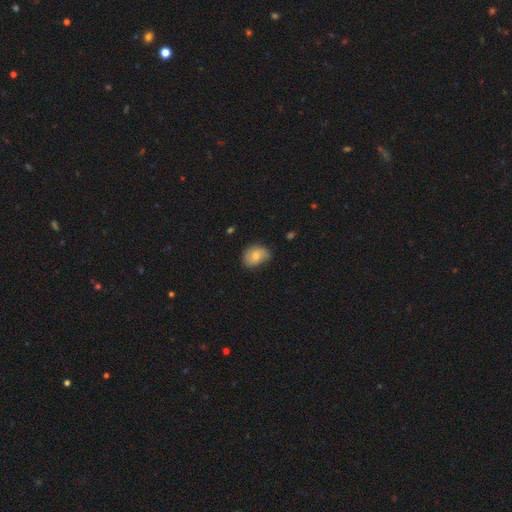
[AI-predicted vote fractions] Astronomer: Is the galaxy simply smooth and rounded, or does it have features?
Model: smooth — 71%.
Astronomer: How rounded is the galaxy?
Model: in between — 64%.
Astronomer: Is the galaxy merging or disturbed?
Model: none — 62%.